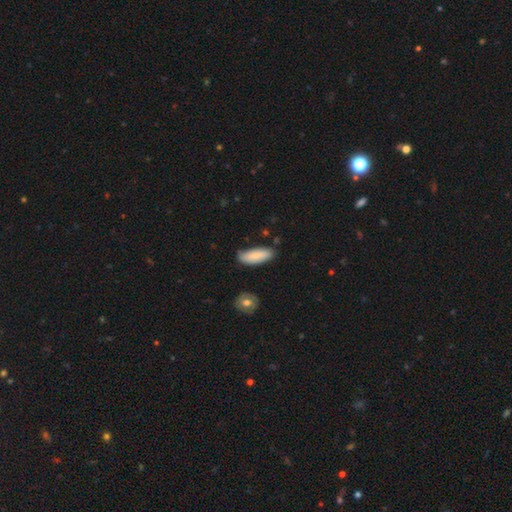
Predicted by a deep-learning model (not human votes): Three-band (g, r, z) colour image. It shows a smooth galaxy with no disk features (81%) that is in between round and cigar-shaped (73%). Merging: none (70%).